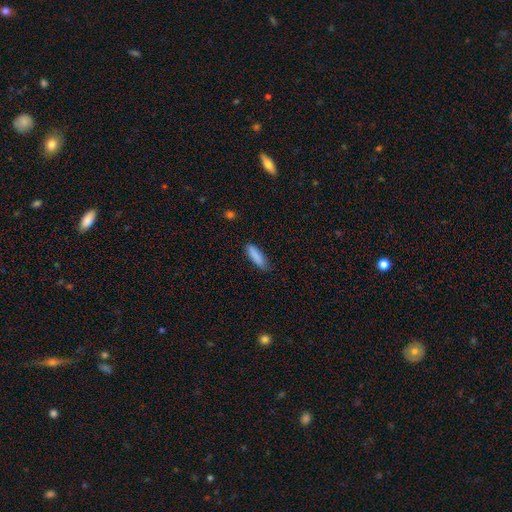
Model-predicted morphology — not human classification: Smooth or featured: smooth — 86% (featured or disk — 7%)
How rounded: cigar-shaped — 63% (in between — 35%)
Merging: none — 77% (minor disturbance — 18%)